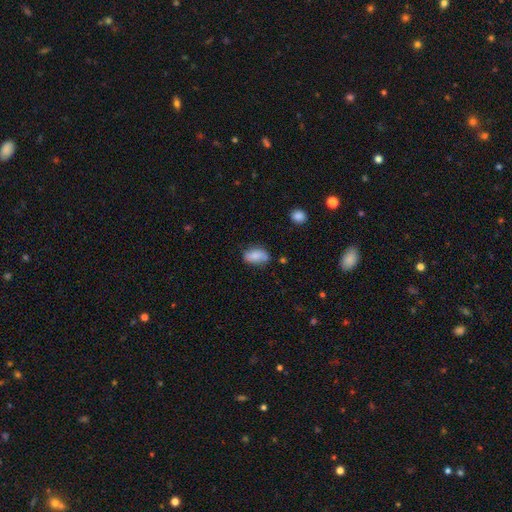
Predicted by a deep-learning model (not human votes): Smooth or featured?
  - smooth: 82% *
  - featured or disk: 11%
  - star or artifact: 8%
How rounded?
  - in between: 91% *
  - round: 5%
  - cigar-shaped: 4%
Merging?
  - none: 63% *
  - minor disturbance: 28%
  - major disturbance: 6%
  - merger: 4%